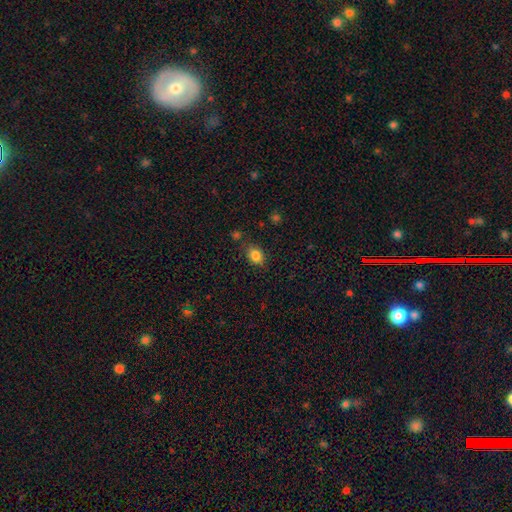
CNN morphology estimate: Q: Smooth or featured?
A: smooth (84%); runner-up: star or artifact (10%)
Q: How rounded?
A: in between (65%); runner-up: round (33%)
Q: Merging?
A: none (77%); runner-up: minor disturbance (16%)